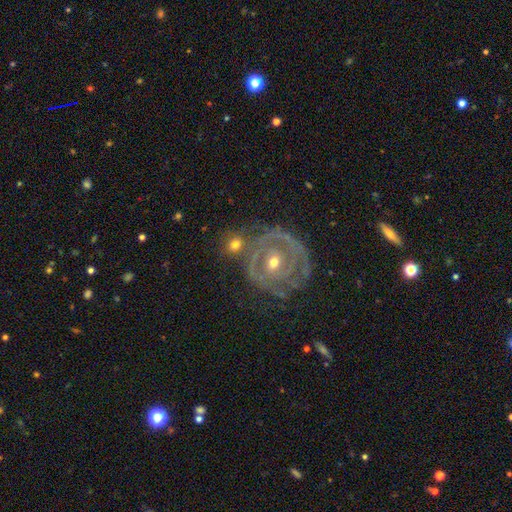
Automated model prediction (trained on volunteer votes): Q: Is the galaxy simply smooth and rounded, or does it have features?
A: featured or disk — 75%.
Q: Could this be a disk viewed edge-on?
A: no — 96%.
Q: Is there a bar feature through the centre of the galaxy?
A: no — 77%.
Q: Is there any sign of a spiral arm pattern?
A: yes — 71%.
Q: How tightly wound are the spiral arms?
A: tight — 74%.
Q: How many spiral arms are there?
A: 2 — 37%.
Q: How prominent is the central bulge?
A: moderate — 51%.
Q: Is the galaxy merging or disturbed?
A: none — 68%.